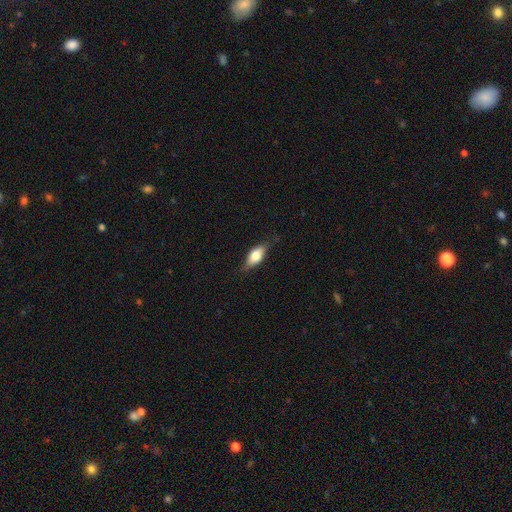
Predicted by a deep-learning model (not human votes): The model was most divided on "smooth or featured": smooth: 64%, featured or disk: 29%, star or artifact: 7%. More confident: merging — none (78%); how rounded — in between (77%).